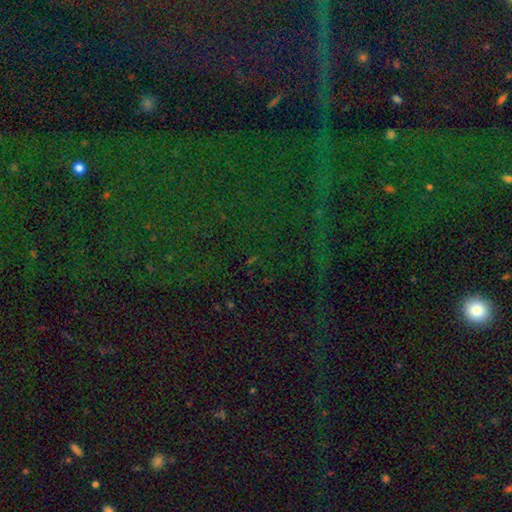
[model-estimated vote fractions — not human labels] This appears to be a star or artifact, not a galaxy (83%).